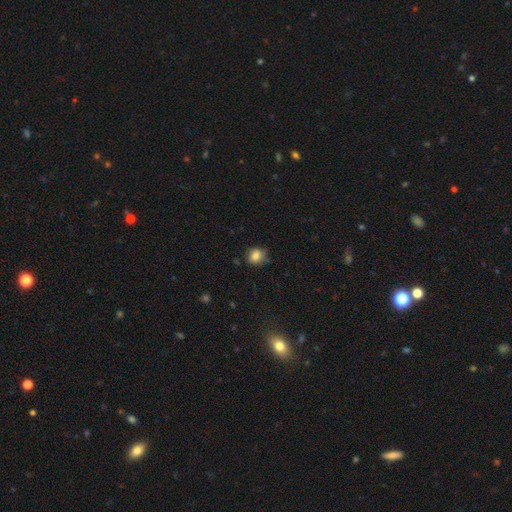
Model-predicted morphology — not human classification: Q: Smooth or featured?
A: smooth (82%); runner-up: star or artifact (11%)
Q: How rounded?
A: round (76%); runner-up: in between (23%)
Q: Merging?
A: none (74%); runner-up: minor disturbance (20%)